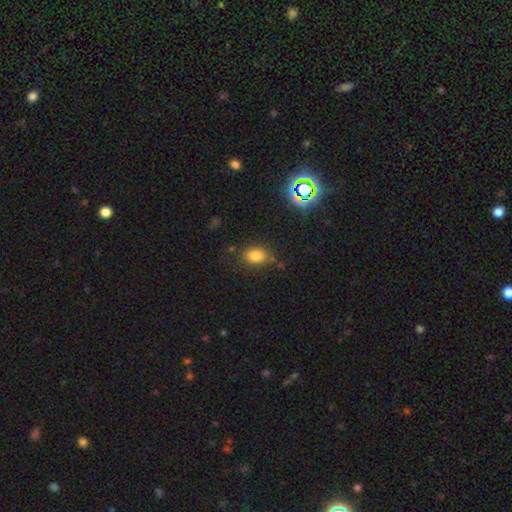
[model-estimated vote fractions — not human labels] smooth-or-featured: smooth: 79% | star or artifact: 13% | featured or disk: 7%
  how-rounded: in between: 73% | round: 25% | cigar-shaped: 2%
  merging: none: 76% | minor disturbance: 15% | major disturbance: 5% | merger: 4%